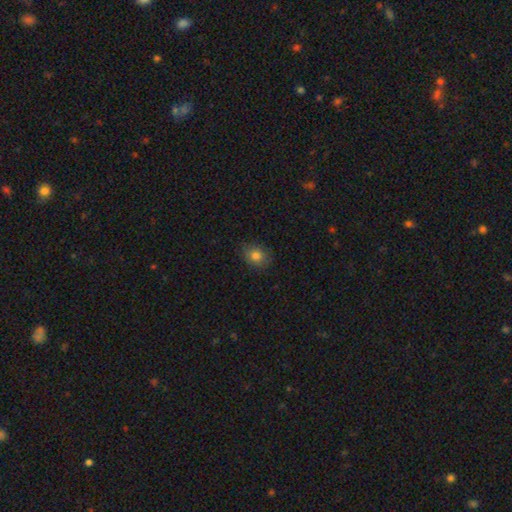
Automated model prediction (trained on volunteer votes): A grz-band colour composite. It shows a smooth galaxy with no disk features (81%) that is round (52%). Merging: none (85%).